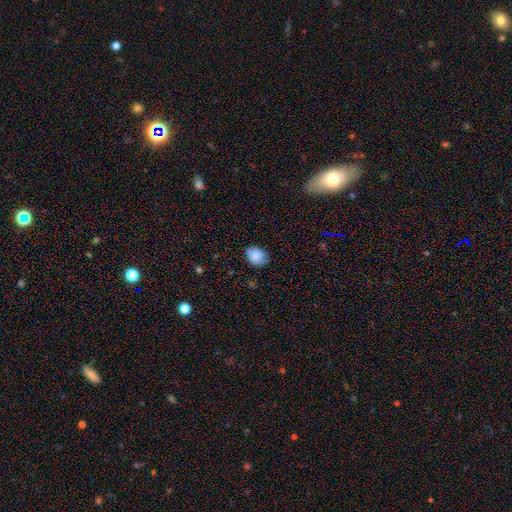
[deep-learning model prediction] smooth-or-featured: smooth: 83% | featured or disk: 8% | star or artifact: 8%
  how-rounded: in between: 59% | round: 40% | cigar-shaped: 1%
  merging: none: 70% | minor disturbance: 25% | major disturbance: 4% | merger: 1%